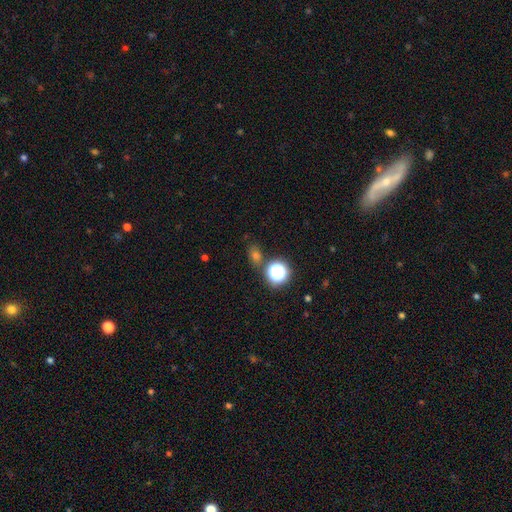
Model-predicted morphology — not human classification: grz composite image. It shows a smooth galaxy with no disk features (49%). Merging: none (78%).